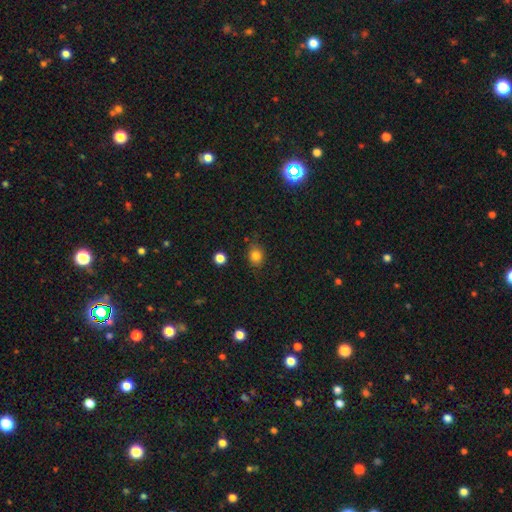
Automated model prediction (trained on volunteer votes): Q: Smooth or featured?
A: smooth (81%); runner-up: star or artifact (13%)
Q: How rounded?
A: round (61%); runner-up: in between (38%)
Q: Merging?
A: none (79%); runner-up: minor disturbance (15%)